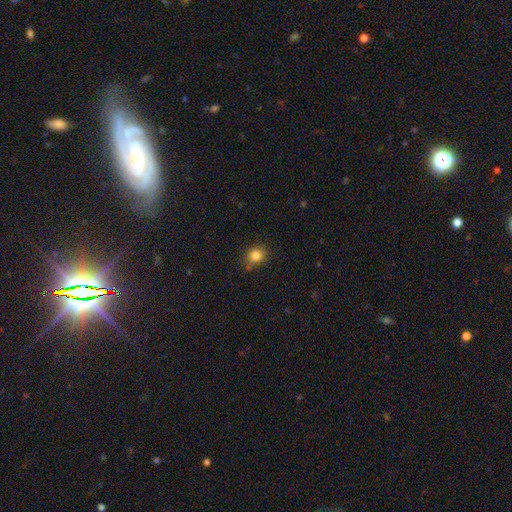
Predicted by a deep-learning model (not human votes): The model was most divided on "how rounded": round: 67%, in between: 32%, cigar-shaped: 1%. More confident: smooth or featured — smooth (83%); merging — none (76%).